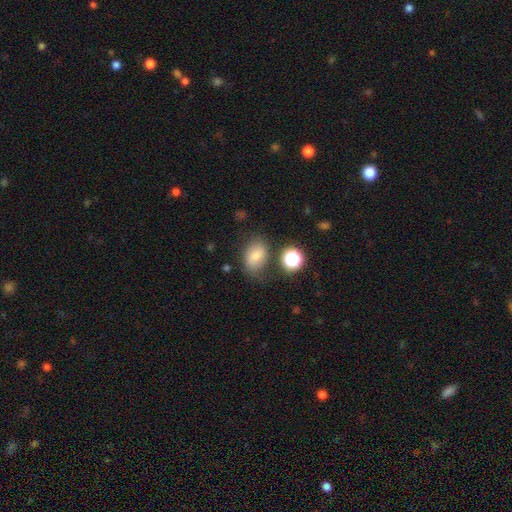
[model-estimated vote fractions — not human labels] A smooth galaxy with no disk features (75%) that is in between round and cigar-shaped (80%). Merging: none (67%).